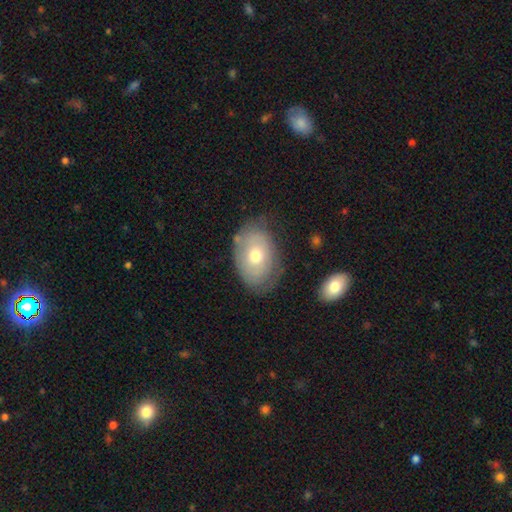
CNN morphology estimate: smooth-or-featured: smooth: 56% | featured or disk: 36% | star or artifact: 7%
  how-rounded: in between: 83% | round: 16% | cigar-shaped: 1%
  merging: none: 66% | minor disturbance: 23% | major disturbance: 8% | merger: 3%